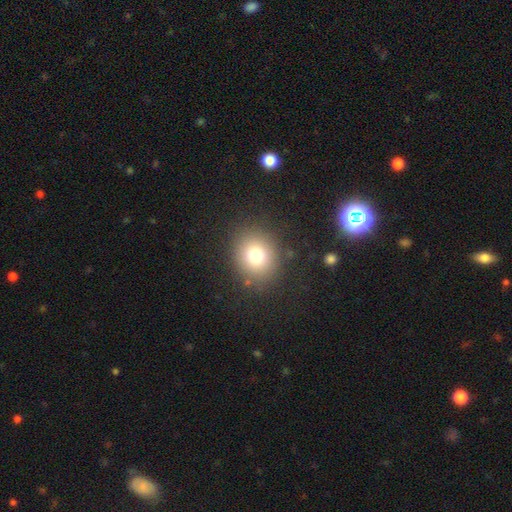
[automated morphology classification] smooth 76%, star or artifact 14%, featured or disk 10%. Down the decision tree: how rounded — round (75%); merging — none (85%).